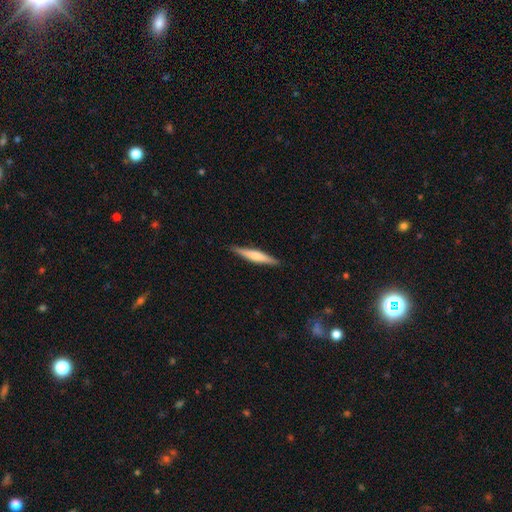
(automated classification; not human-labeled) The model was most divided on "smooth or featured": smooth: 49%, featured or disk: 45%, star or artifact: 5%. More confident: merging — none (90%).